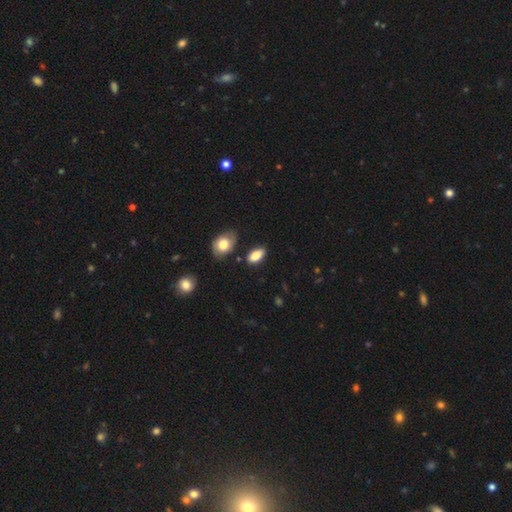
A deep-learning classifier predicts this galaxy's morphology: Overall: smooth (85%). How rounded: in between (91%). Merging: none (79%).